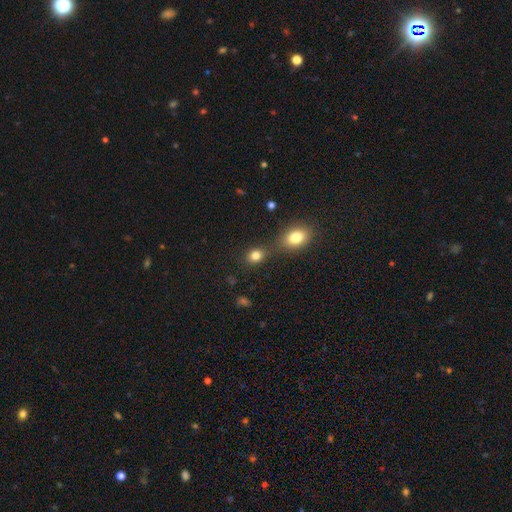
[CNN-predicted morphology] A smooth galaxy with no disk features (82%) that is round (56%).

Vote fractions:
- Smooth or featured? smooth: 82% / star or artifact: 12% / featured or disk: 6%
- How rounded? round: 56% / in between: 42% / cigar-shaped: 1%
- Merging? none: 60% / merger: 26% / minor disturbance: 10% / major disturbance: 4%